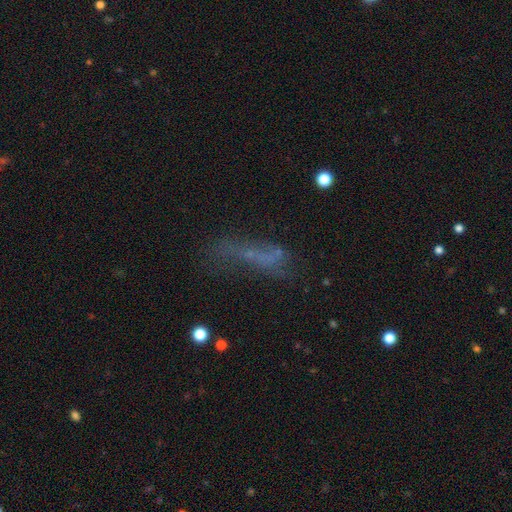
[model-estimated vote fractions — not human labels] A smooth galaxy with no disk features (41%).

Vote fractions:
- Smooth or featured? smooth: 41% / featured or disk: 37% / star or artifact: 22%
- Merging? none: 39% / major disturbance: 31% / minor disturbance: 21% / merger: 9%